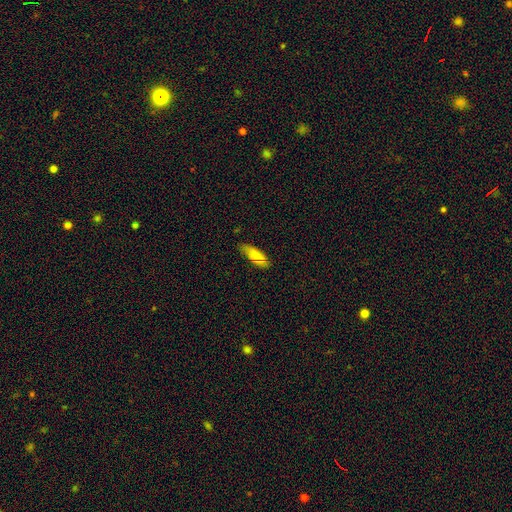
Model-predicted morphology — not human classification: smooth 81%, featured or disk 12%, star or artifact 7%. Down the decision tree: how rounded — in between (59%); merging — none (79%).